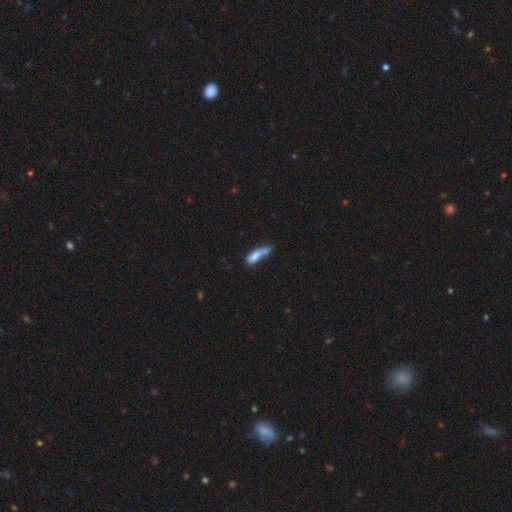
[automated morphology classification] smooth 72%, featured or disk 19%, star or artifact 9%. Down the decision tree: how rounded — cigar-shaped (62%); merging — merger (32%).